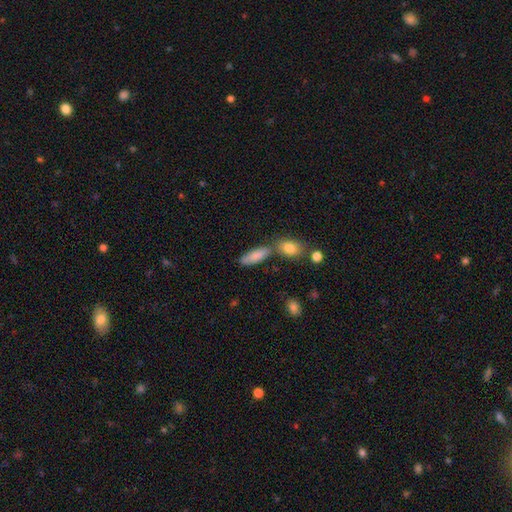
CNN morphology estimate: Smooth or featured?
  - smooth: 84% *
  - featured or disk: 10%
  - star or artifact: 7%
How rounded?
  - in between: 66% *
  - cigar-shaped: 31%
  - round: 3%
Merging?
  - none: 60% *
  - merger: 21%
  - minor disturbance: 15%
  - major disturbance: 5%